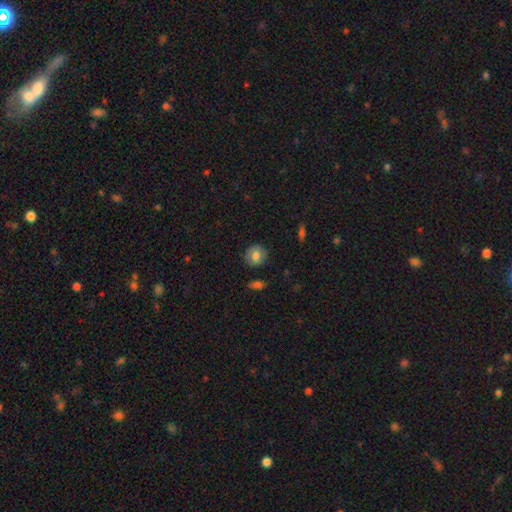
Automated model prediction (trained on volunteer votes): The model was most divided on "smooth or featured": smooth: 77%, featured or disk: 15%, star or artifact: 8%. More confident: how rounded — round (87%); merging — none (86%).